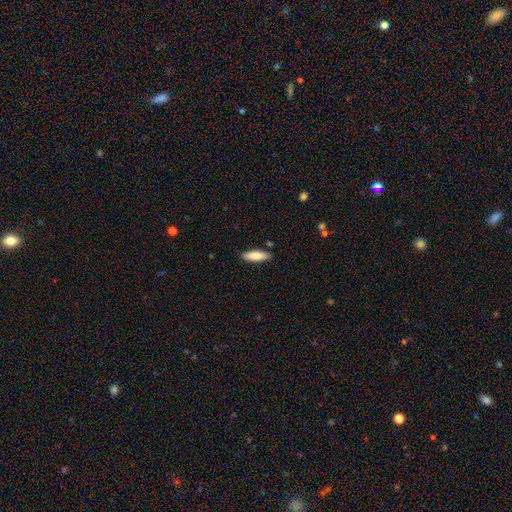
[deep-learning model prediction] A smooth galaxy with no disk features (78%) that is cigar-shaped (56%). Merging: none (87%).